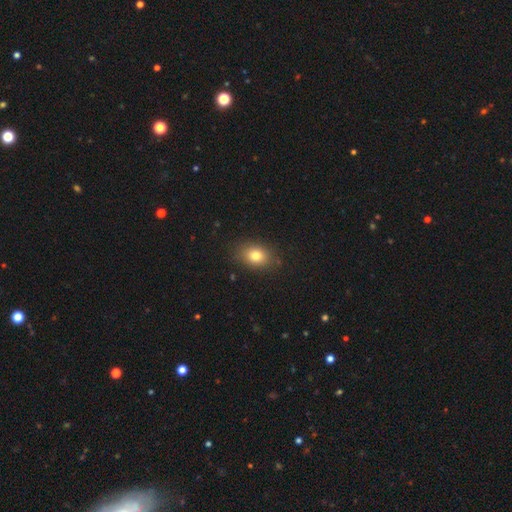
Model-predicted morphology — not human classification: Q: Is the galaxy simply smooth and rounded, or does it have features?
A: smooth — 79%.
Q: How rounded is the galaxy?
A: in between — 69%.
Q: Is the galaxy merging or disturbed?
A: none — 85%.